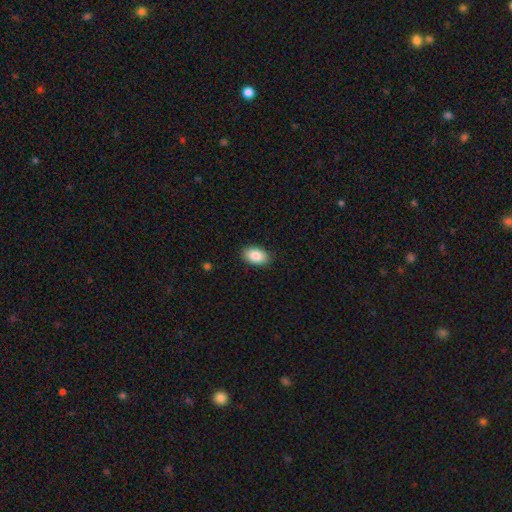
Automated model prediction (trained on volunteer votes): This is clearly a smooth galaxy (87%). How rounded: clearly in between (92%). Merging: clearly none (88%).